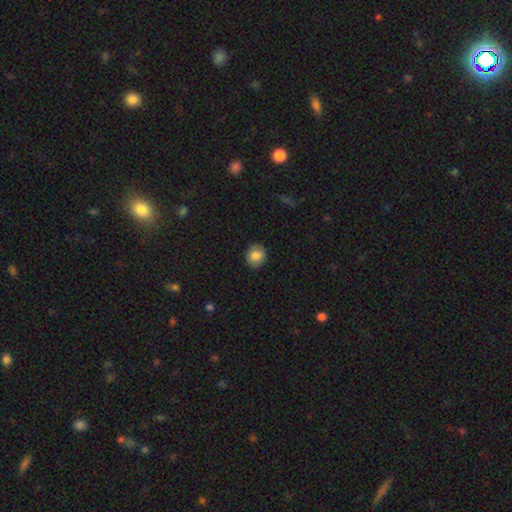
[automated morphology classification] Smooth or featured?
  - smooth: 84% *
  - star or artifact: 8%
  - featured or disk: 8%
How rounded?
  - round: 83% *
  - in between: 16%
  - cigar-shaped: 1%
Merging?
  - none: 90% *
  - minor disturbance: 7%
  - major disturbance: 2%
  - merger: 1%